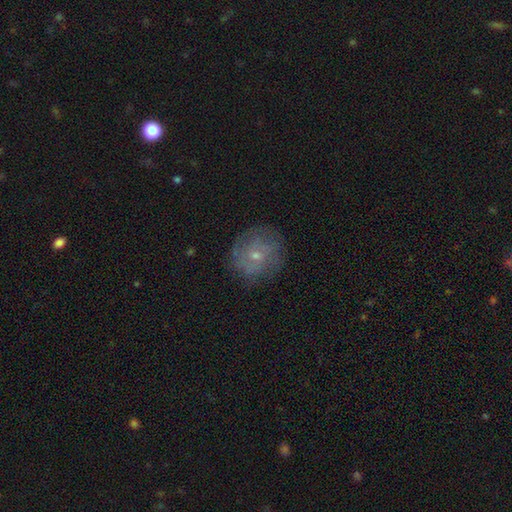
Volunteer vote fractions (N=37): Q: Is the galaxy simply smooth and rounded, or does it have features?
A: featured or disk — 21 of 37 (57%).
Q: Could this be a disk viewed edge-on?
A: no — 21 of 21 (100%).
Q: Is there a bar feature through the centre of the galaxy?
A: no — 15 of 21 (71%).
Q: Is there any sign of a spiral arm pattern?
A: no — 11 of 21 (52%).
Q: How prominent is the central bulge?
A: small — 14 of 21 (67%).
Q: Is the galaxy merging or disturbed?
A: none — 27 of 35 (77%).